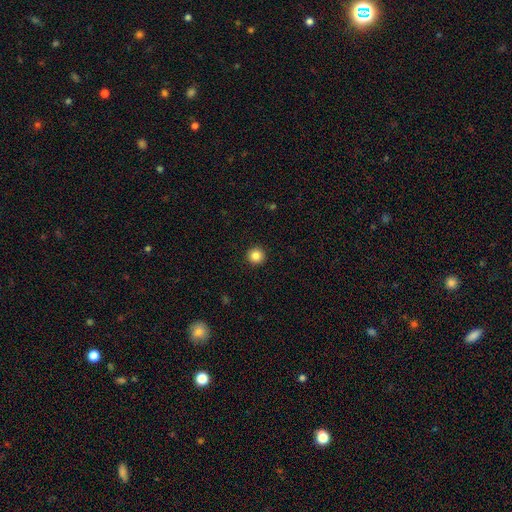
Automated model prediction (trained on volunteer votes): smooth 86%, star or artifact 10%, featured or disk 4%. Down the decision tree: how rounded — round (96%); merging — none (93%).